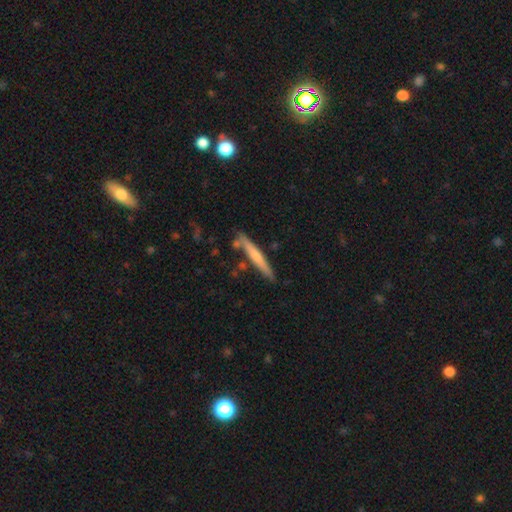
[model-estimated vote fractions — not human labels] Smooth or featured? smooth (56%)
How rounded? cigar-shaped (96%)
Merging? none (81%)